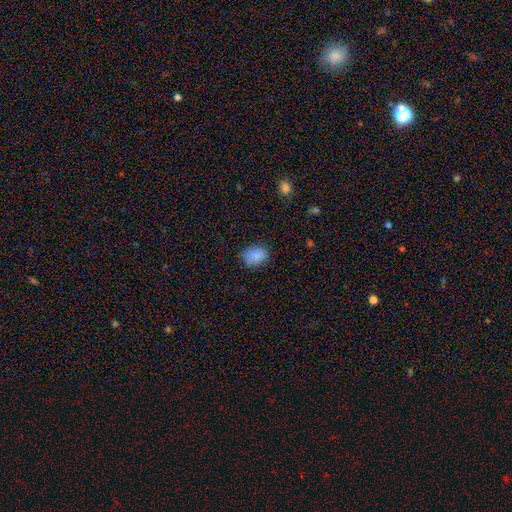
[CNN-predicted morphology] Smooth or featured?
  - smooth: 87% *
  - star or artifact: 9%
  - featured or disk: 4%
How rounded?
  - in between: 66% *
  - round: 33%
  - cigar-shaped: 1%
Merging?
  - none: 82% *
  - minor disturbance: 14%
  - major disturbance: 3%
  - merger: 1%